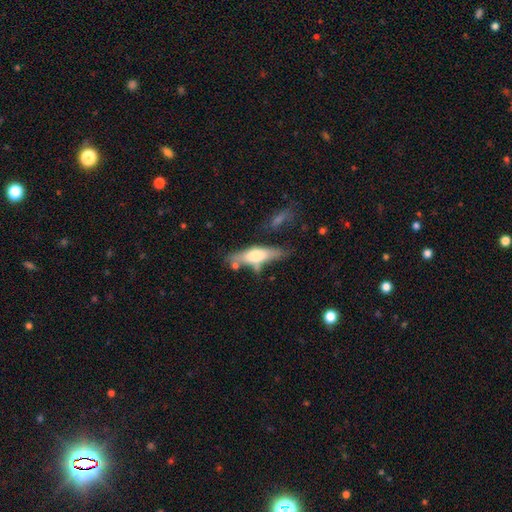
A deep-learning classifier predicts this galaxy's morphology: A smooth galaxy with no disk features (53%) that is cigar-shaped (55%). Merging: none (52%).